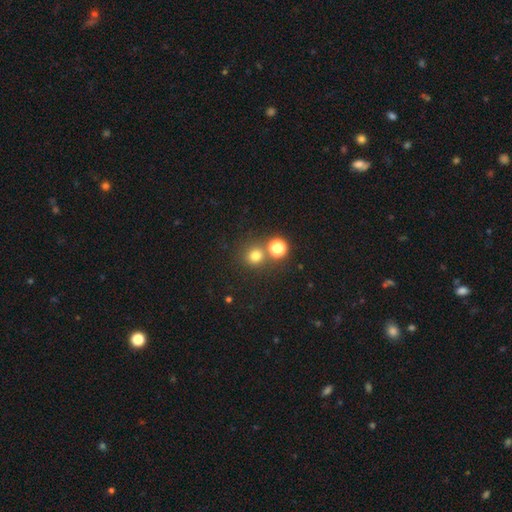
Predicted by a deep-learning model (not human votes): A smooth galaxy with no disk features (73%) that is round (92%). Merging: none (74%).